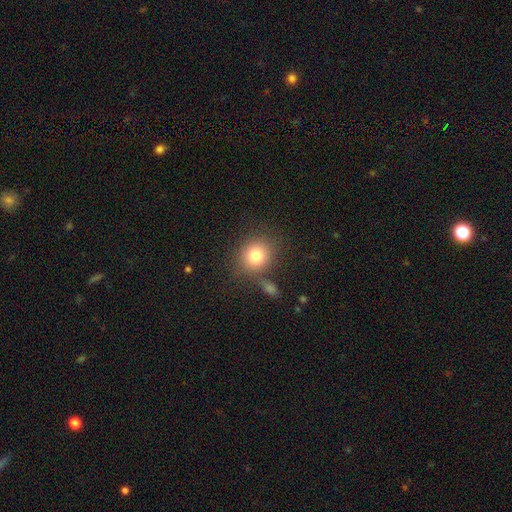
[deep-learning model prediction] smooth-or-featured: smooth: 80% | star or artifact: 11% | featured or disk: 10%
  how-rounded: round: 80% | in between: 19% | cigar-shaped: 1%
  merging: none: 72% | minor disturbance: 12% | merger: 10% | major disturbance: 5%